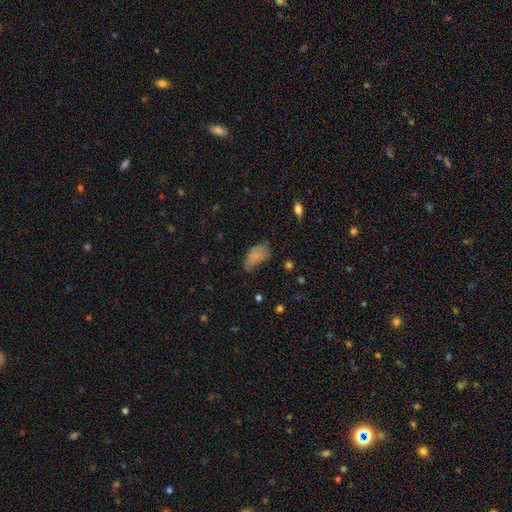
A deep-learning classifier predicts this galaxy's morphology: smooth_or_featured: smooth (p=0.70) [alt: featured or disk p=0.17]
how_rounded: in between (p=0.91) [alt: cigar-shaped p=0.05]
merging: none (p=0.43) [alt: minor disturbance p=0.36]